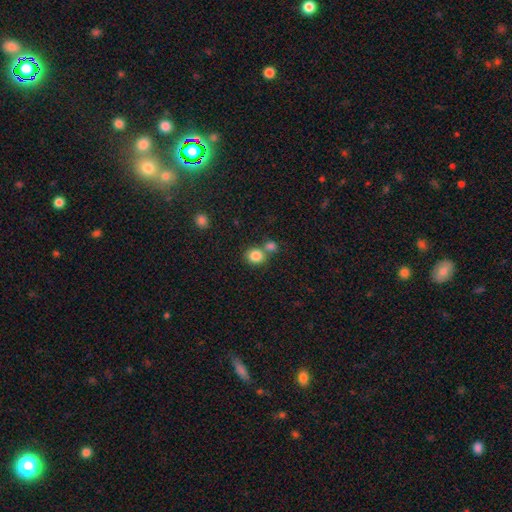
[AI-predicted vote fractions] Smooth or featured?
  - smooth: 84% *
  - star or artifact: 10%
  - featured or disk: 6%
How rounded?
  - round: 81% *
  - in between: 19%
  - cigar-shaped: 1%
Merging?
  - none: 57% *
  - merger: 32%
  - minor disturbance: 8%
  - major disturbance: 3%